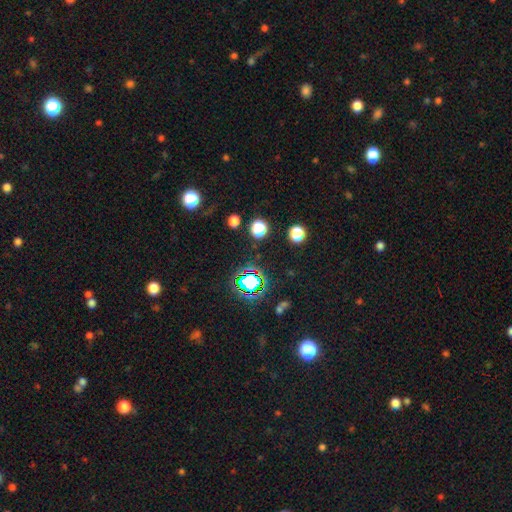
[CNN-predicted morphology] This is likely a star or artifact rather than a galaxy (72%).